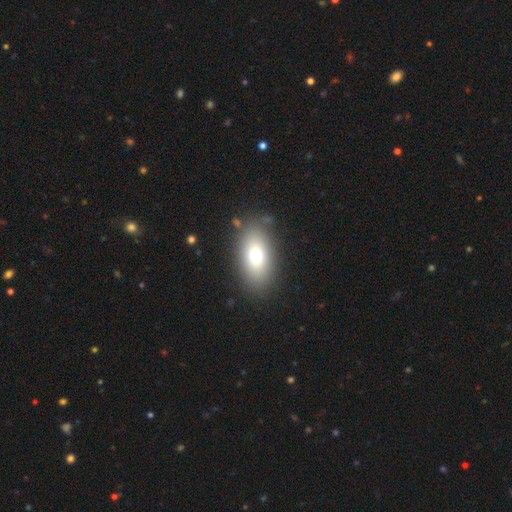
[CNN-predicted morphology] smooth 72%, featured or disk 18%, star or artifact 10%. Down the decision tree: how rounded — in between (87%); merging — none (82%).